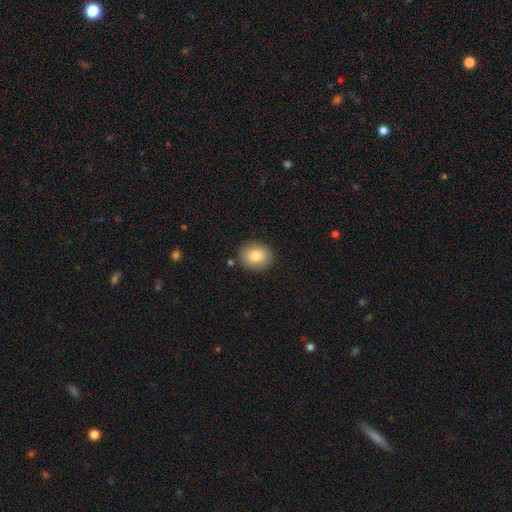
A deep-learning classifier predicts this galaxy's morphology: Smooth or featured? smooth (84%)
How rounded? round (62%)
Merging? none (87%)